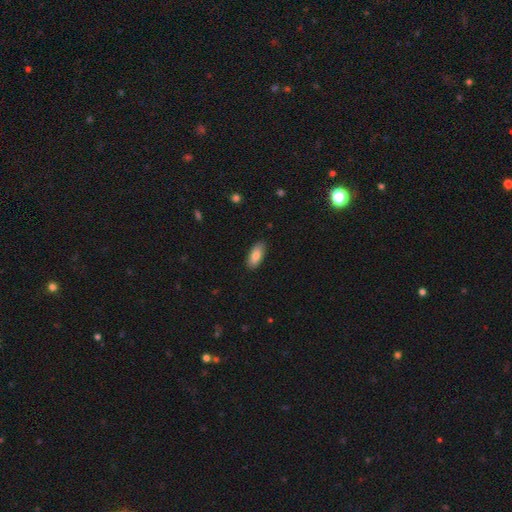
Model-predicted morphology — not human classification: smooth_or_featured: smooth (p=0.83) [alt: featured or disk p=0.10]
how_rounded: in between (p=0.87) [alt: cigar-shaped p=0.11]
merging: none (p=0.87) [alt: minor disturbance p=0.10]